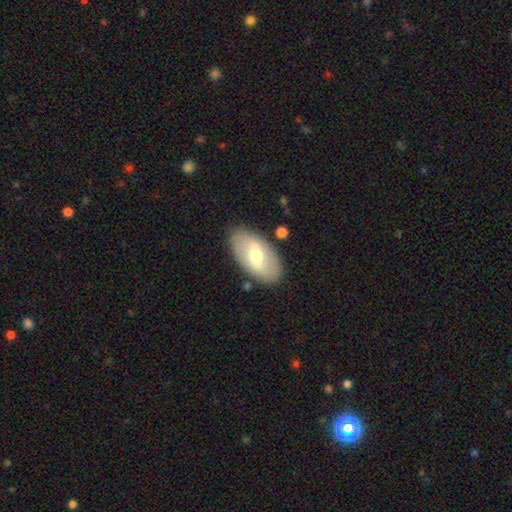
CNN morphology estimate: Smooth or featured? smooth (52%)
How rounded? in between (94%)
Merging? none (84%)